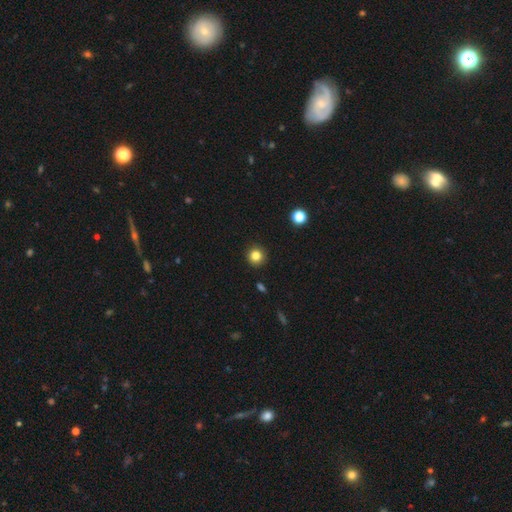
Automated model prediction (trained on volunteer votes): The model was most divided on "smooth or featured": smooth: 83%, star or artifact: 12%, featured or disk: 5%. More confident: how rounded — round (94%); merging — none (92%).